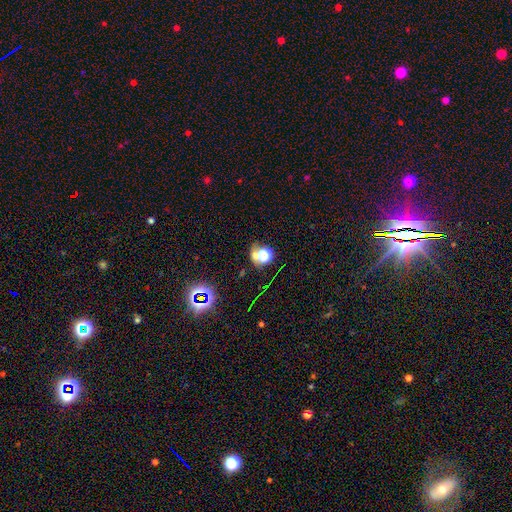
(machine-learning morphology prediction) Smooth or featured?
  - star or artifact: 46% *
  - smooth: 43%
  - featured or disk: 10%